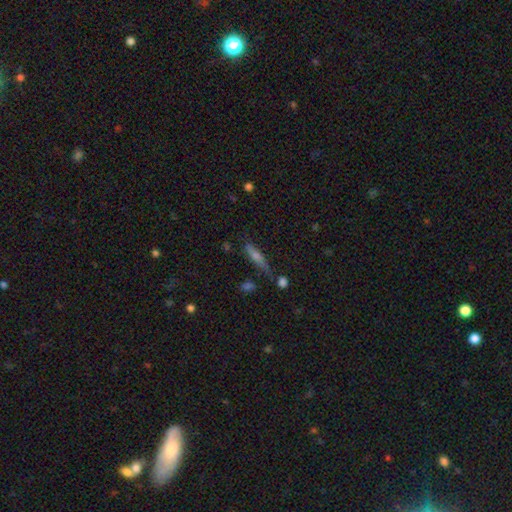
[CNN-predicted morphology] smooth 45%, featured or disk 44%, star or artifact 12%. Down the decision tree: merging — none (71%).